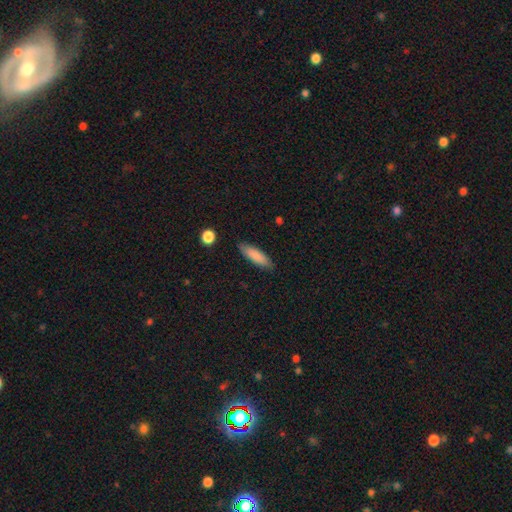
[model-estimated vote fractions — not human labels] smooth_or_featured: smooth (p=0.84) [alt: featured or disk p=0.10]
how_rounded: cigar-shaped (p=0.63) [alt: in between p=0.35]
merging: none (p=0.86) [alt: minor disturbance p=0.11]